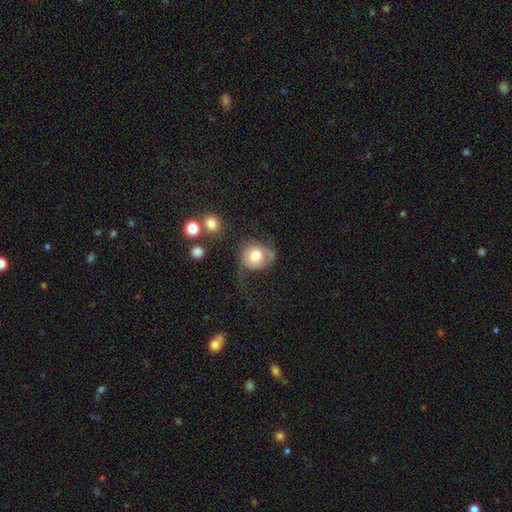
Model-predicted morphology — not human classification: The model was most divided on "merging": major disturbance: 37%, none: 33%, minor disturbance: 25%, merger: 5%. More confident: how rounded — round (72%); smooth or featured — smooth (64%).